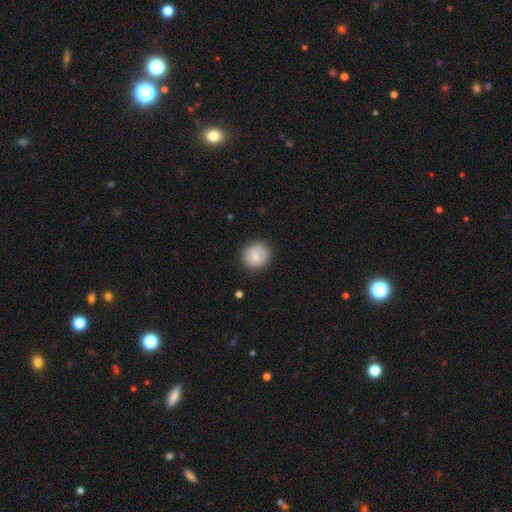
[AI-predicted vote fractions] This appears to be a smooth galaxy with no disk features (85%) that is round (90%). Merging: none (88%).